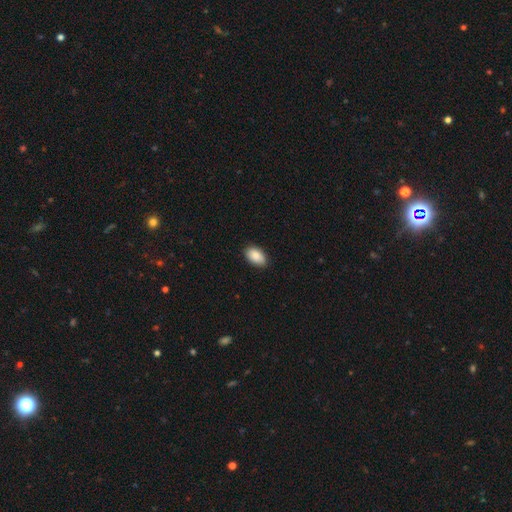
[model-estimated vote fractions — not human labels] This is clearly a smooth galaxy (88%). How rounded: clearly in between (93%). Merging: clearly none (85%).